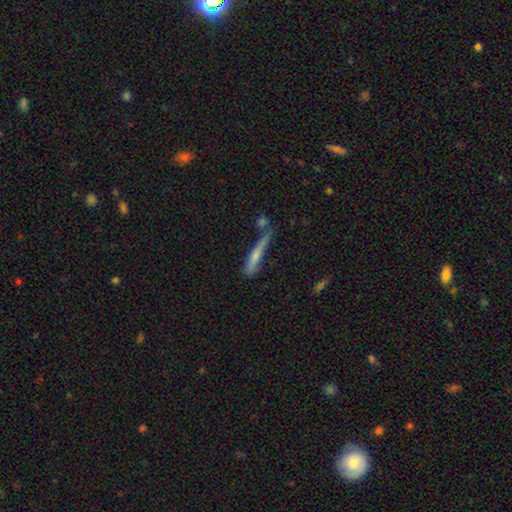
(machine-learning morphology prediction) Q: Smooth or featured?
A: smooth (57%); runner-up: featured or disk (36%)
Q: How rounded?
A: cigar-shaped (91%); runner-up: in between (7%)
Q: Merging?
A: none (57%); runner-up: minor disturbance (21%)